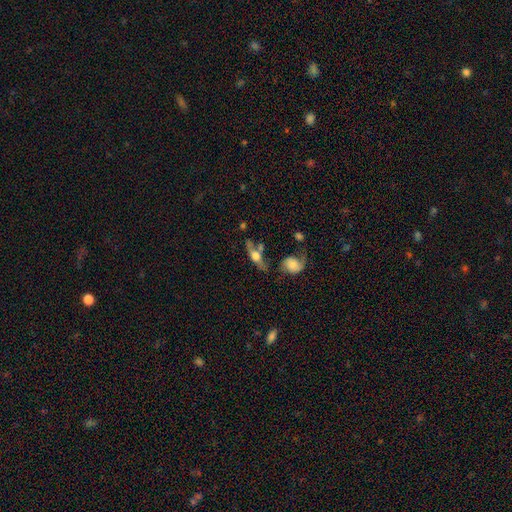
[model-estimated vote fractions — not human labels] smooth_or_featured: featured or disk (p=0.55) [alt: smooth p=0.37]
disk_edge_on: yes (p=0.73) [alt: no p=0.27]
merging: none (p=0.54) [alt: minor disturbance p=0.19]